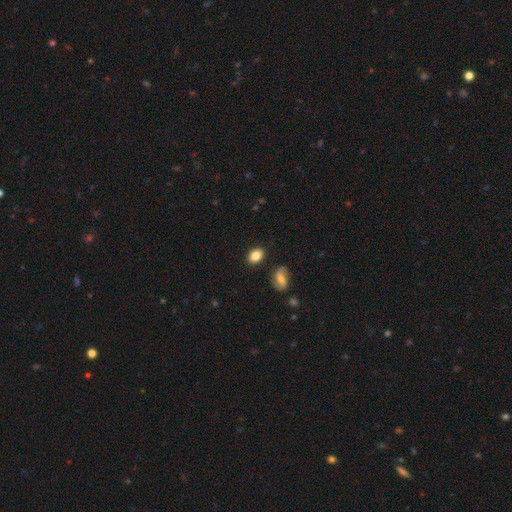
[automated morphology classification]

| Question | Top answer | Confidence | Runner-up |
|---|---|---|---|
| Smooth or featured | smooth | 82% | featured or disk (9%) |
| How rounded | in between | 75% | round (24%) |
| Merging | none | 85% | minor disturbance (10%) |